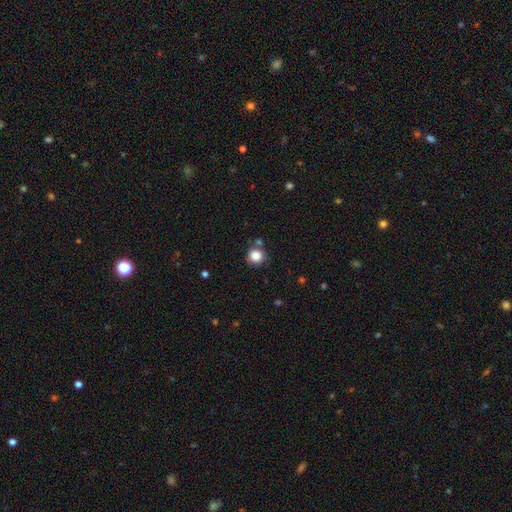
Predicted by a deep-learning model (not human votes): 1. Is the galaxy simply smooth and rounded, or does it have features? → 84% smooth, 11% star or artifact, 5% featured or disk.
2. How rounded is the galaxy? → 90% round, 9% in between, 1% cigar-shaped.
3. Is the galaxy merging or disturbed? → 75% none, 12% minor disturbance, 9% merger, 4% major disturbance.